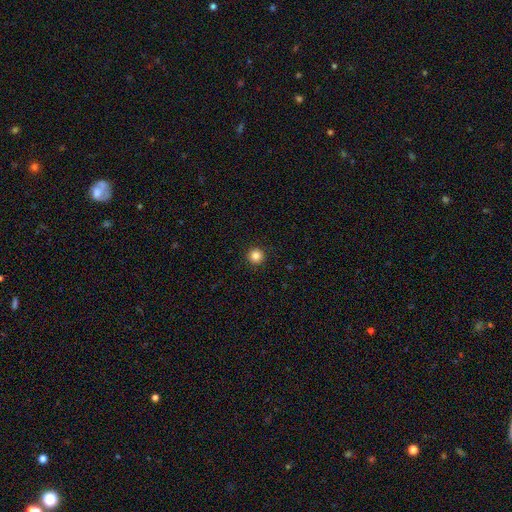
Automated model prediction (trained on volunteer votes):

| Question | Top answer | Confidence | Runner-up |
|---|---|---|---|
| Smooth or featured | smooth | 85% | star or artifact (11%) |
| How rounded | round | 96% | in between (3%) |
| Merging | none | 93% | minor disturbance (5%) |